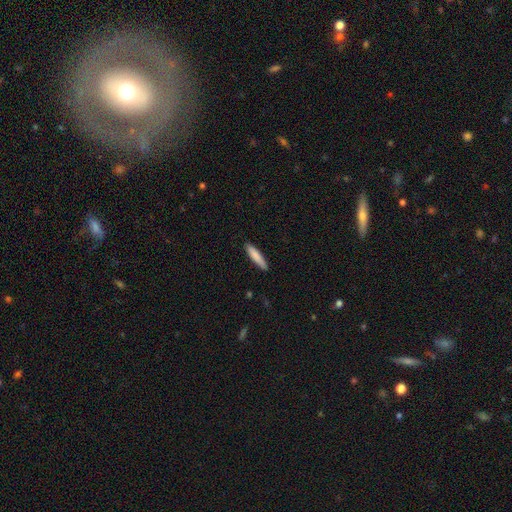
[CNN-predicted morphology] Smooth or featured? smooth (83%)
How rounded? cigar-shaped (87%)
Merging? none (89%)